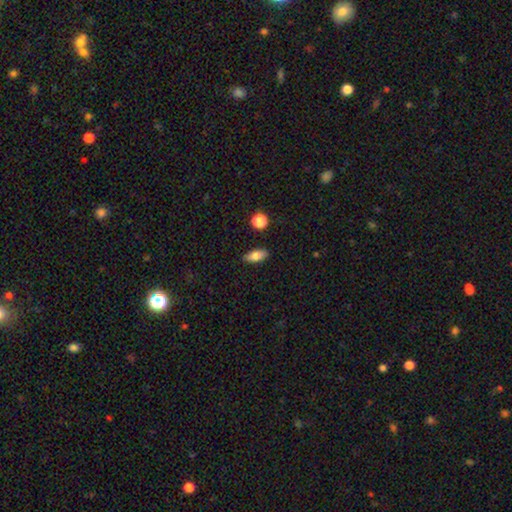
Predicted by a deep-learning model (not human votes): smooth_or_featured: smooth (p=0.76) [alt: featured or disk p=0.16]
how_rounded: in between (p=0.82) [alt: cigar-shaped p=0.13]
merging: none (p=0.88) [alt: minor disturbance p=0.09]